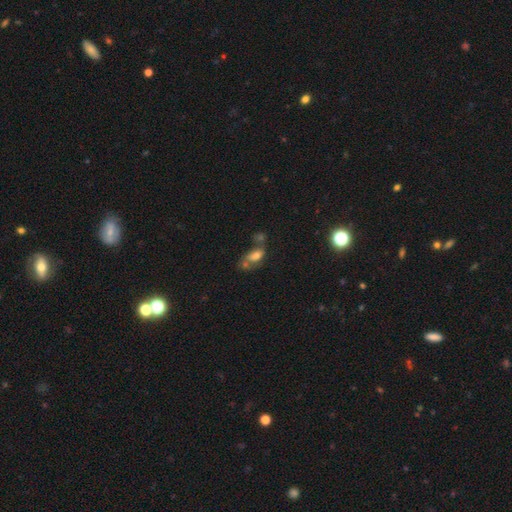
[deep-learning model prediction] smooth 62%, featured or disk 25%, star or artifact 14%. Down the decision tree: how rounded — in between (84%); merging — merger (43%).